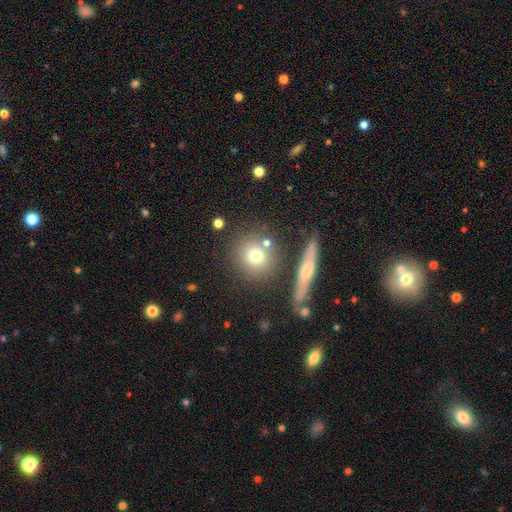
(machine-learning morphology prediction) The model was most divided on "smooth or featured": smooth: 72%, featured or disk: 16%, star or artifact: 12%. More confident: how rounded — round (86%); merging — none (74%).